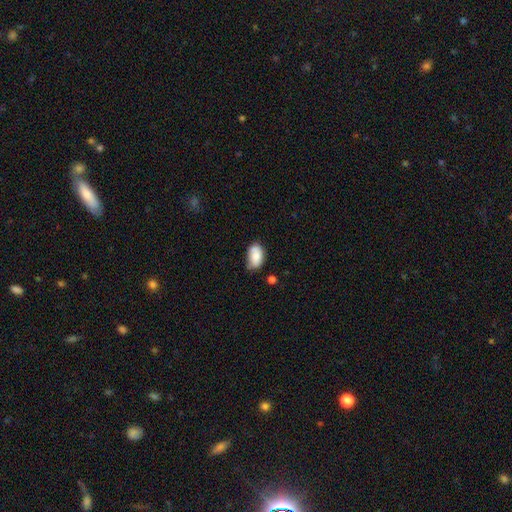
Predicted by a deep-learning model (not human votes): A smooth galaxy with no disk features (83%) that is in between round and cigar-shaped (92%). Merging: none (61%).